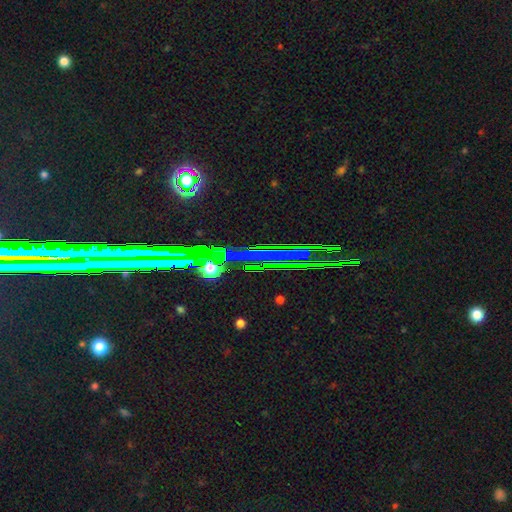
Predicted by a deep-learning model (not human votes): Smooth or featured? star or artifact (75%)